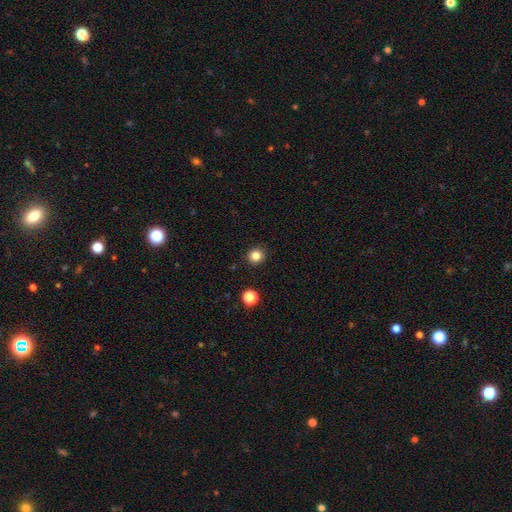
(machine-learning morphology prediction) smooth_or_featured: smooth (p=0.84) [alt: star or artifact p=0.12]
how_rounded: round (p=0.91) [alt: in between p=0.08]
merging: none (p=0.91) [alt: minor disturbance p=0.05]